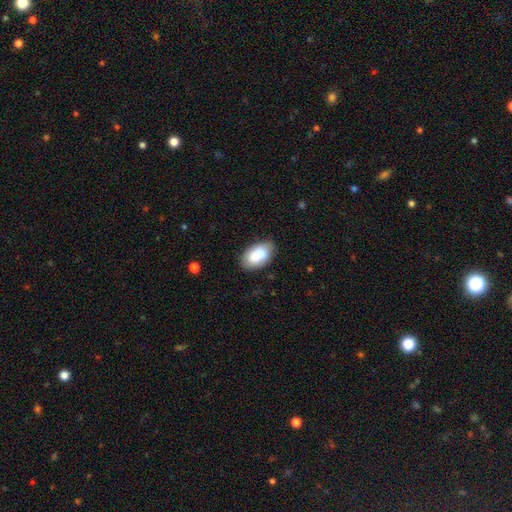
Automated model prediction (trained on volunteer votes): A smooth galaxy with no disk features (78%) that is in between round and cigar-shaped (93%). Merging: none (69%).